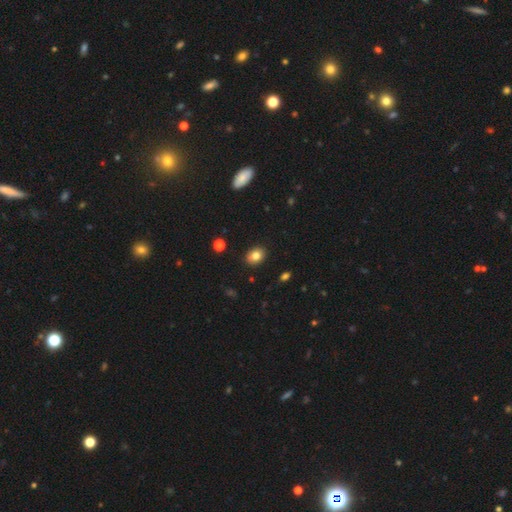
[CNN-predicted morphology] This is clearly a smooth galaxy (83%). How rounded: likely in between (62%). Merging: clearly none (87%).